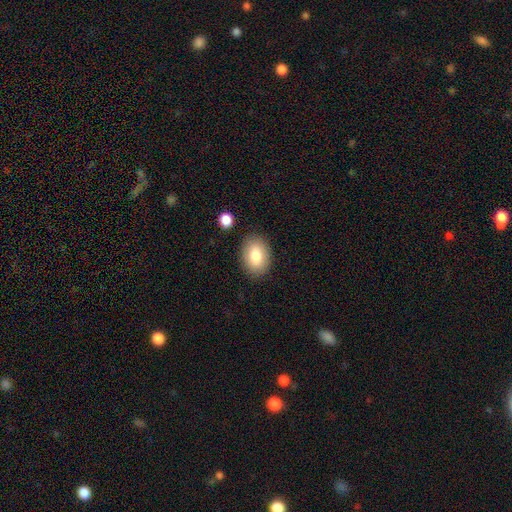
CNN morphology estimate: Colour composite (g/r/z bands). It shows a smooth galaxy with no disk features (82%) that is in between round and cigar-shaped (83%). Merging: none (86%).